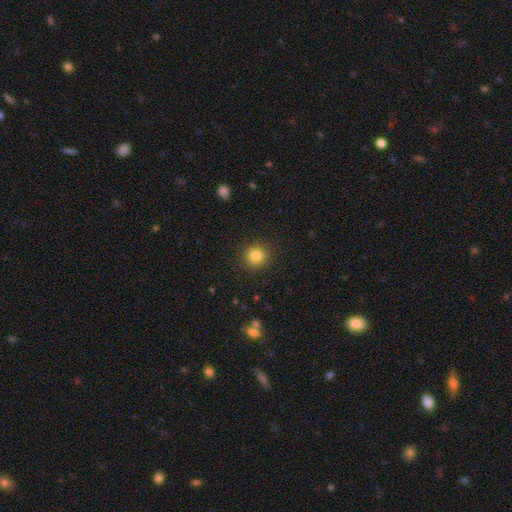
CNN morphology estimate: smooth_or_featured: smooth (p=0.84) [alt: star or artifact p=0.11]
how_rounded: round (p=0.92) [alt: in between p=0.07]
merging: none (p=0.90) [alt: minor disturbance p=0.06]